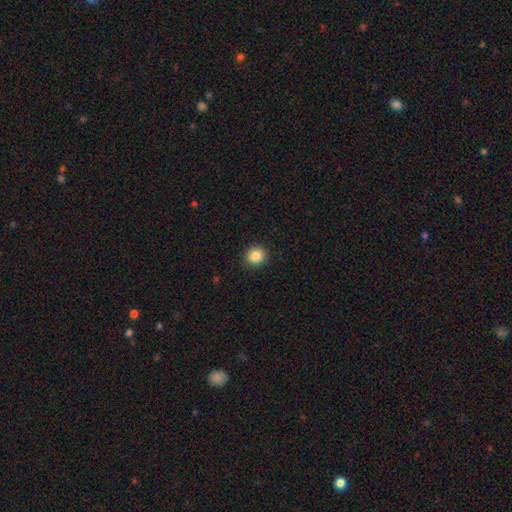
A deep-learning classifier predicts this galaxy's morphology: Smooth or featured? smooth (86%)
How rounded? round (90%)
Merging? none (92%)